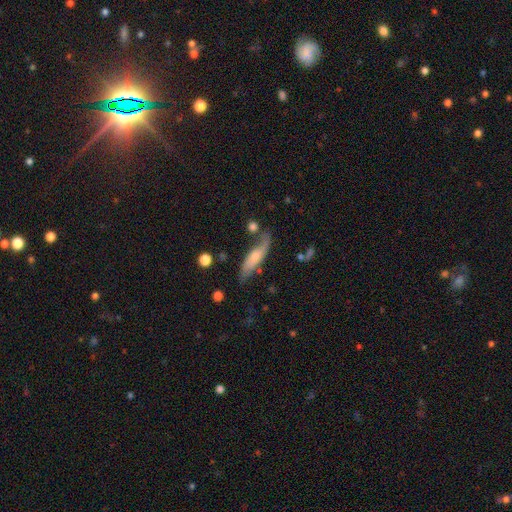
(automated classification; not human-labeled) Smooth or featured?
  - featured or disk: 60% *
  - smooth: 30%
  - star or artifact: 10%
Edge-on disk?
  - no: 51% *
  - yes: 49%
Merging?
  - none: 61% *
  - minor disturbance: 21%
  - major disturbance: 10%
  - merger: 8%